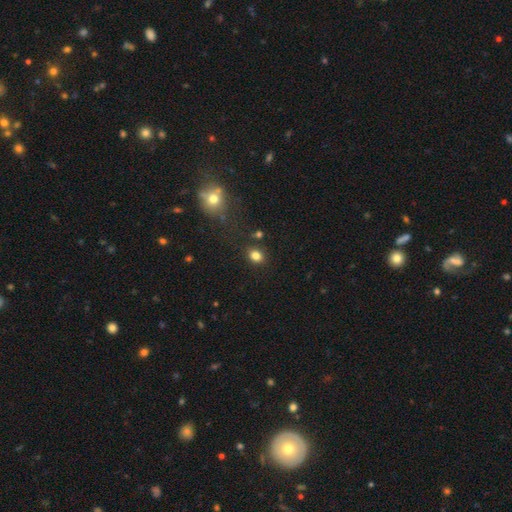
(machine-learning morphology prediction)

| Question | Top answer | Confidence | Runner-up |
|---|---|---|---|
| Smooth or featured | smooth | 81% | star or artifact (13%) |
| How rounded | round | 55% | in between (44%) |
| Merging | none | 82% | minor disturbance (10%) |